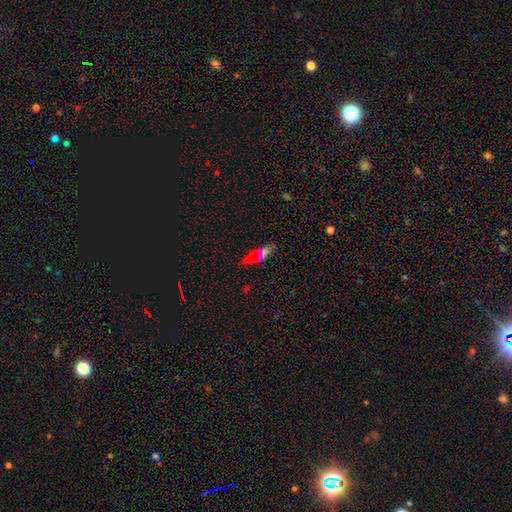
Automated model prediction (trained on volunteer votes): smooth 65%, star or artifact 21%, featured or disk 14%. Down the decision tree: how rounded — cigar-shaped (49%); merging — none (84%).